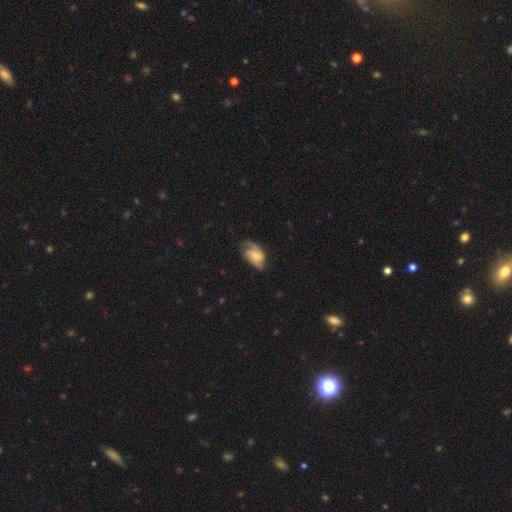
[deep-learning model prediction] featured or disk 67%, smooth 27%, star or artifact 6%. Down the decision tree: edge-on disk — no (96%); bar — no (54%); spiral arms — yes (91%); spiral arm count — 2 (66%); spiral winding — medium (44%); bulge size — small (49%); merging — none (57%).